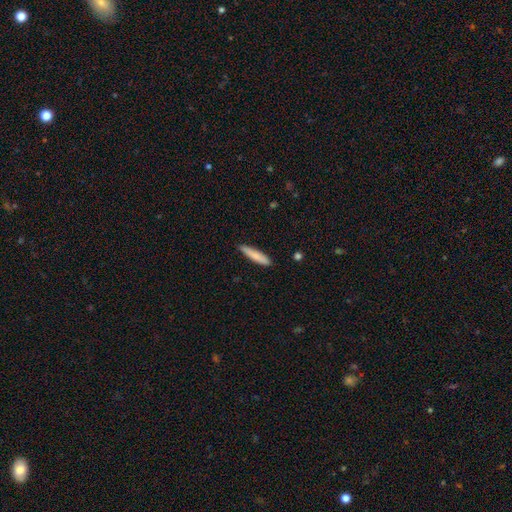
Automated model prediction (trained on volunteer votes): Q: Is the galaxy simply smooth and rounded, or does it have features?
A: smooth — 81%.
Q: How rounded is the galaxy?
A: cigar-shaped — 87%.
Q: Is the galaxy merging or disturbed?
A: none — 85%.